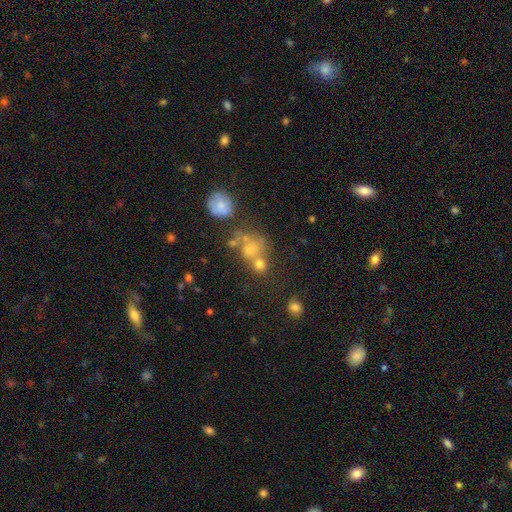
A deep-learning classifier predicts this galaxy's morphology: Smooth or featured? smooth (45%)
Merging? none (46%)